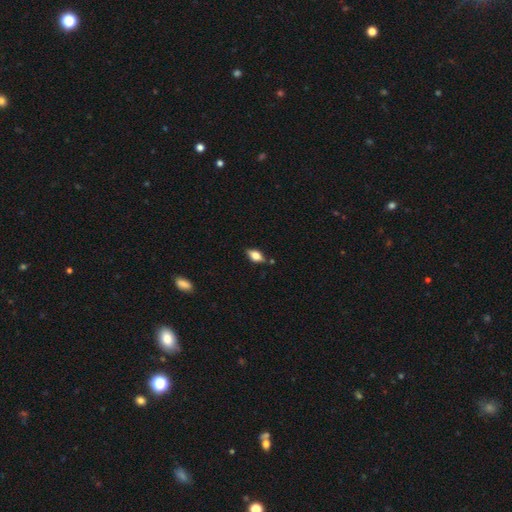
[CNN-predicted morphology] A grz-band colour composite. It shows a smooth galaxy with no disk features (66%) that is in between round and cigar-shaped (85%). Merging: none (76%).